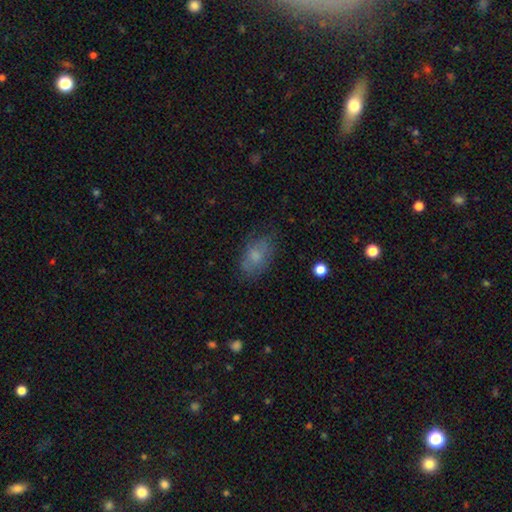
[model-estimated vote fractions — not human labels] Overall: smooth (68%). How rounded: in between (87%). Merging: none (67%).